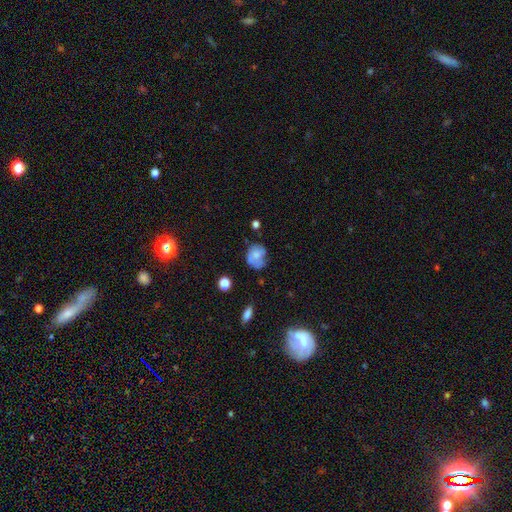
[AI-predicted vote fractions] This appears to be a smooth galaxy with no disk features (60%) that is round (58%). Merging: none (42%).